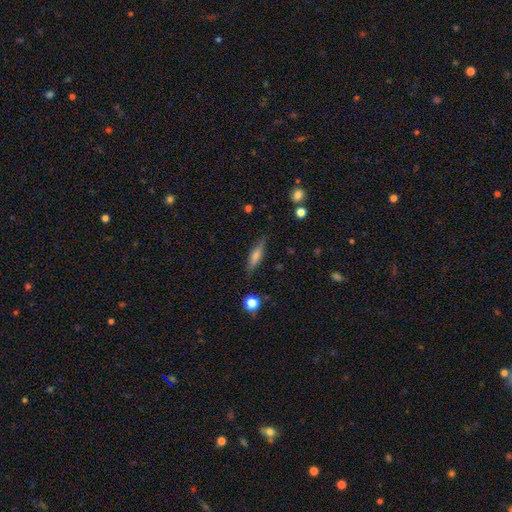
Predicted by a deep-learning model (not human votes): Q: Smooth or featured?
A: smooth (56%); runner-up: featured or disk (35%)
Q: How rounded?
A: cigar-shaped (73%); runner-up: in between (24%)
Q: Merging?
A: none (85%); runner-up: minor disturbance (11%)